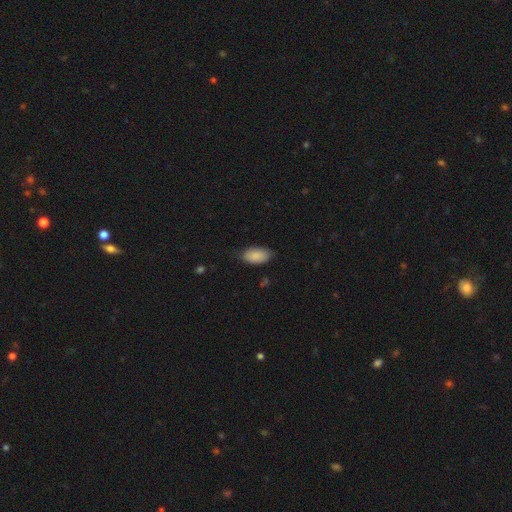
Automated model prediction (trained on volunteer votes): A smooth galaxy with no disk features (88%) that is in between round and cigar-shaped (94%). Merging: none (75%).